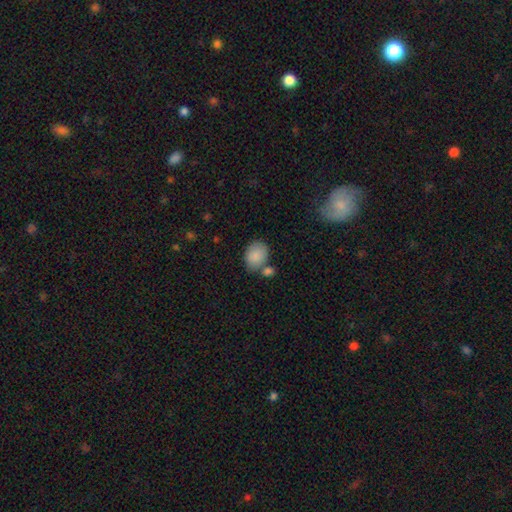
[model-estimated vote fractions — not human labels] This appears to be a smooth galaxy with no disk features (87%) that is in between round and cigar-shaped (66%). Merging: none (61%).